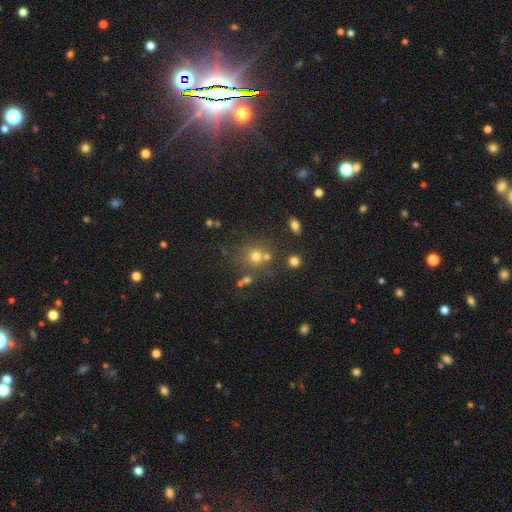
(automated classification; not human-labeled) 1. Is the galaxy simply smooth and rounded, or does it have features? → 66% smooth, 22% star or artifact, 13% featured or disk.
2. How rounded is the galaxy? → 87% round, 13% in between, 1% cigar-shaped.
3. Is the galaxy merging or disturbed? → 66% none, 19% merger, 11% minor disturbance, 5% major disturbance.